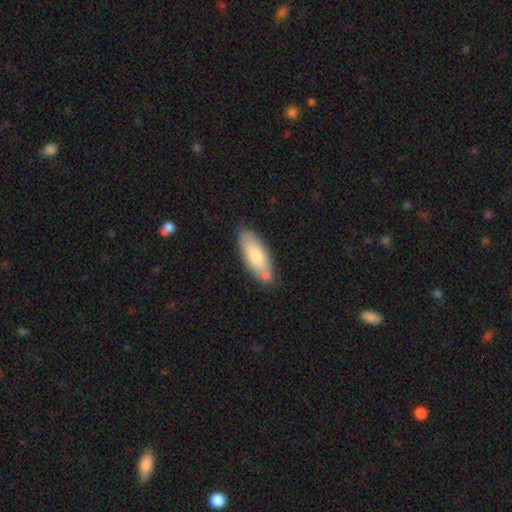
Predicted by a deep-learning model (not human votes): smooth-or-featured: smooth: 75% | featured or disk: 20% | star or artifact: 5%
  how-rounded: in between: 74% | cigar-shaped: 24% | round: 2%
  merging: none: 68% | minor disturbance: 17% | merger: 11% | major disturbance: 3%